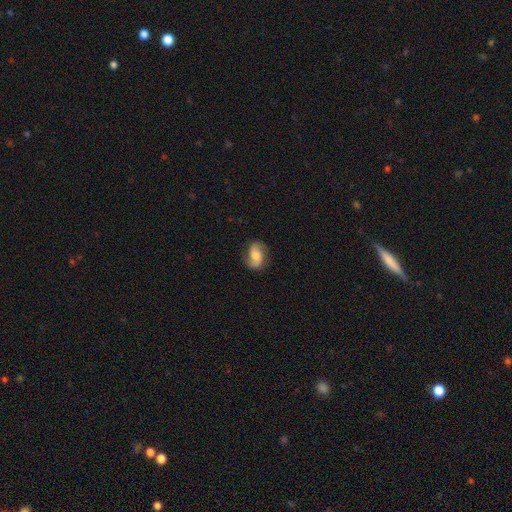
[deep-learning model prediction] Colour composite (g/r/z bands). It shows a featured or disk galaxy (69%) with no bar (51%), 2 (90%) loose (45%) spiral arms (93%) and a moderate central bulge (56%). Merging: none (79%).